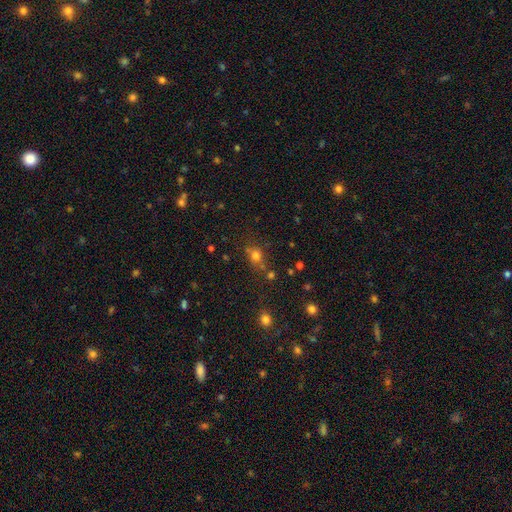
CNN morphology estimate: Overall: smooth (70%). How rounded: round (74%). Merging: none (64%).